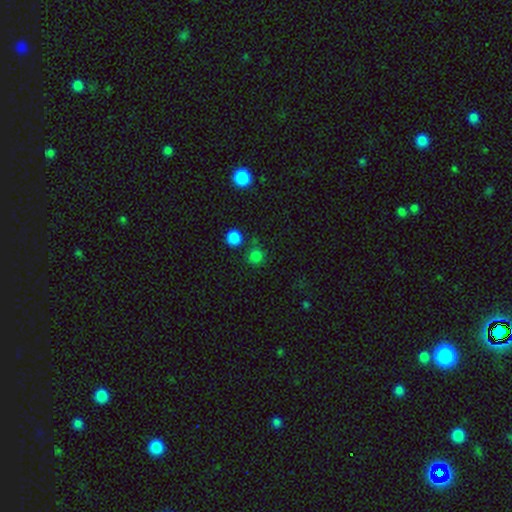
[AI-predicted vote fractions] A smooth galaxy with no disk features (79%) that is round (90%). Merging: none (76%).